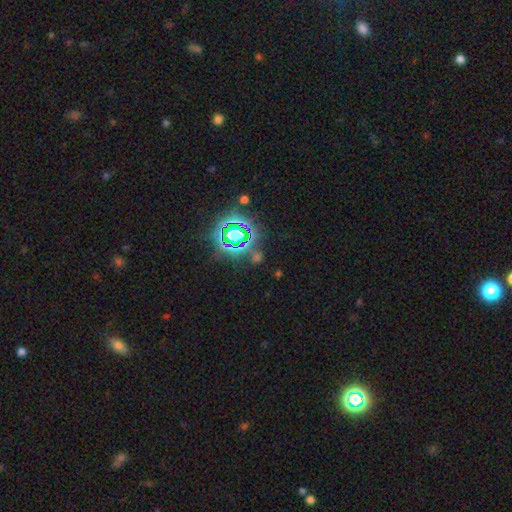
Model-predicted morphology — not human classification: type=star or artifact (72%).